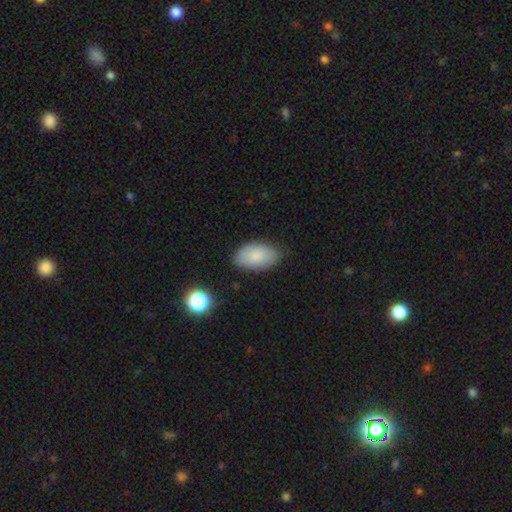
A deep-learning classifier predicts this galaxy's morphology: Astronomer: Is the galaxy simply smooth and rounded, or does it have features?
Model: smooth — 84%.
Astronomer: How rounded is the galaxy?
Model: in between — 94%.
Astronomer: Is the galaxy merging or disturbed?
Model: none — 81%.